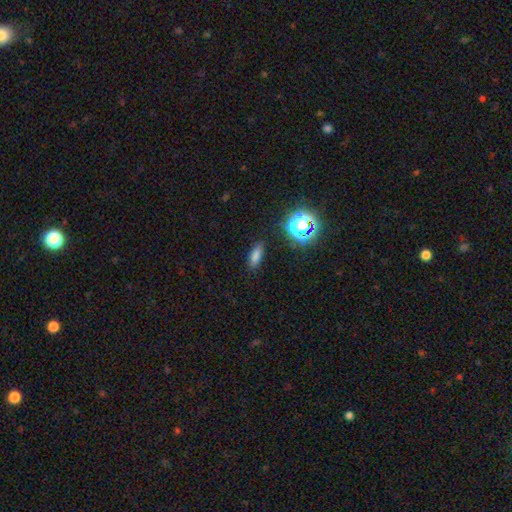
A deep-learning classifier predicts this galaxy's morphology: smooth 76%, star or artifact 18%, featured or disk 7%. Down the decision tree: how rounded — in between (64%); merging — none (85%).